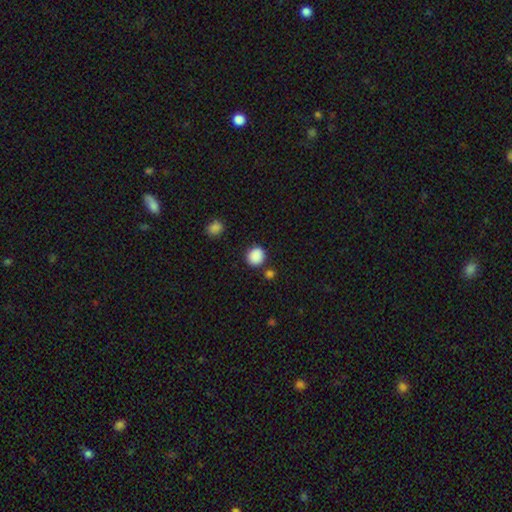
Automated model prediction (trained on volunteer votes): Morphology: type=smooth (88%); roundness=round (85%); merging=none (84%).